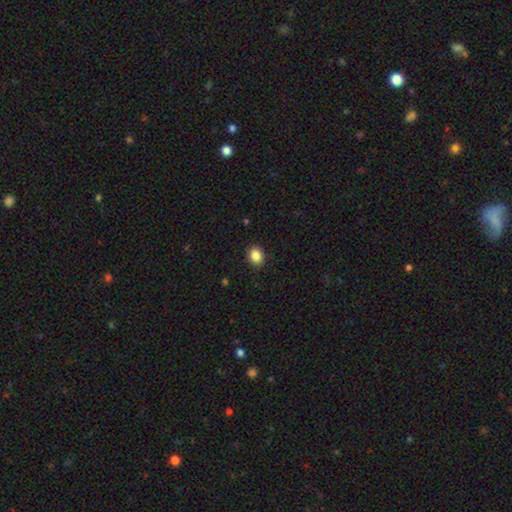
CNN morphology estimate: type=smooth (87%); roundness=round (53%); merging=none (90%).